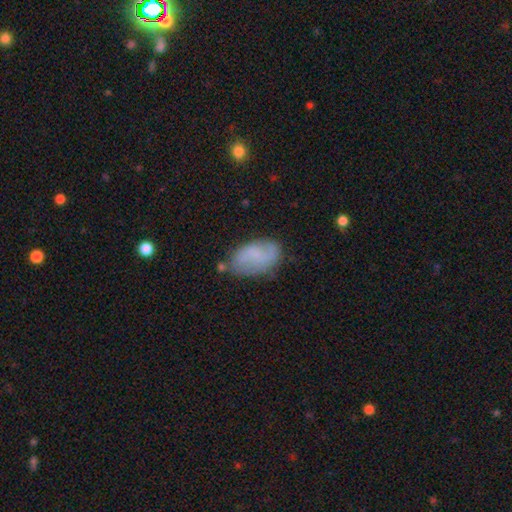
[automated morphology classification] The model was most divided on "smooth or featured": smooth: 56%, featured or disk: 35%, star or artifact: 8%. More confident: how rounded — in between (92%); merging — none (63%).